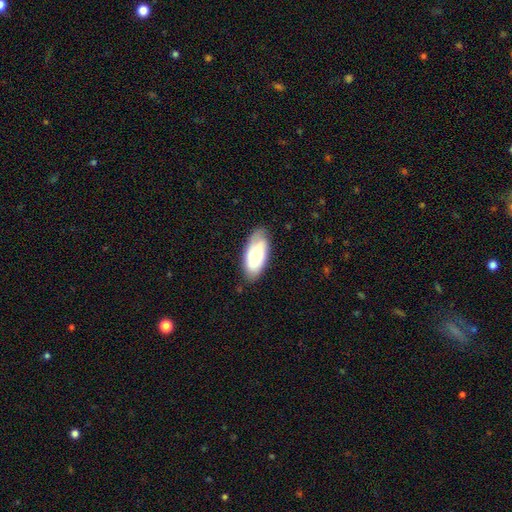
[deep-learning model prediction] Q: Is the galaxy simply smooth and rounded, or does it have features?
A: smooth — 58%.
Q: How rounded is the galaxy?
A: in between — 89%.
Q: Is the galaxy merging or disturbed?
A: none — 75%.